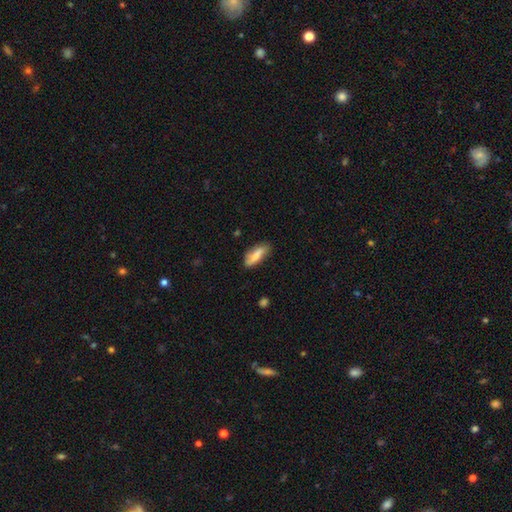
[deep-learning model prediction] Smooth or featured: smooth — 77% (featured or disk — 17%)
How rounded: in between — 62% (cigar-shaped — 36%)
Merging: none — 72% (minor disturbance — 21%)